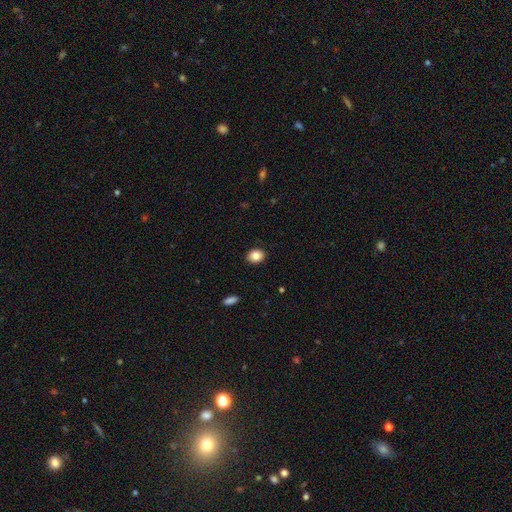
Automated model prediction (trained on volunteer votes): This appears to be a smooth galaxy with no disk features (85%) that is round (50%). Merging: none (90%).